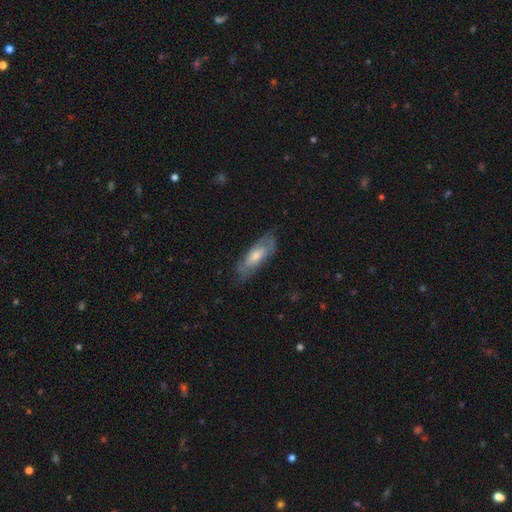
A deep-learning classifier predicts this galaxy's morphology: Smooth or featured?
  - featured or disk: 52% *
  - smooth: 41%
  - star or artifact: 7%
Edge-on disk?
  - no: 73% *
  - yes: 27%
Merging?
  - none: 72% *
  - minor disturbance: 20%
  - major disturbance: 7%
  - merger: 1%